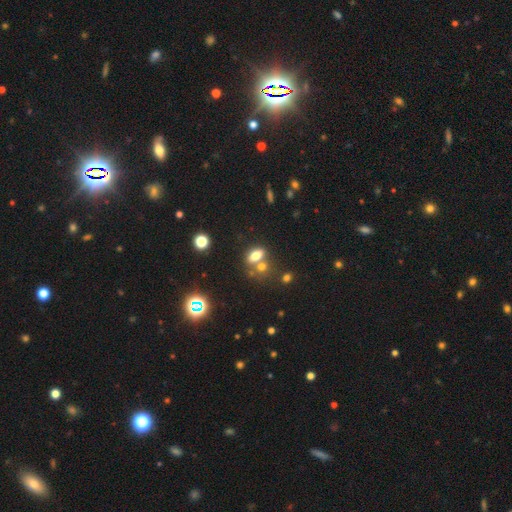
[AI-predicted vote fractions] This is likely a smooth galaxy (71%). How rounded: clearly in between (81%). Merging: possibly none (48%).